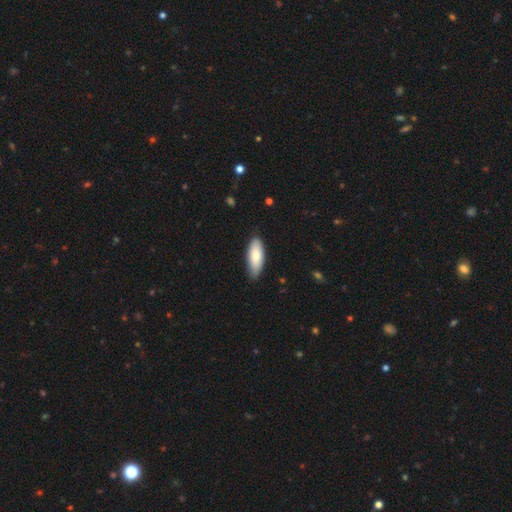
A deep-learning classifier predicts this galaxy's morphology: Smooth or featured? Predicted: smooth (p=0.81). How rounded? Predicted: in between (p=0.75). Merging? Predicted: none (p=0.82).